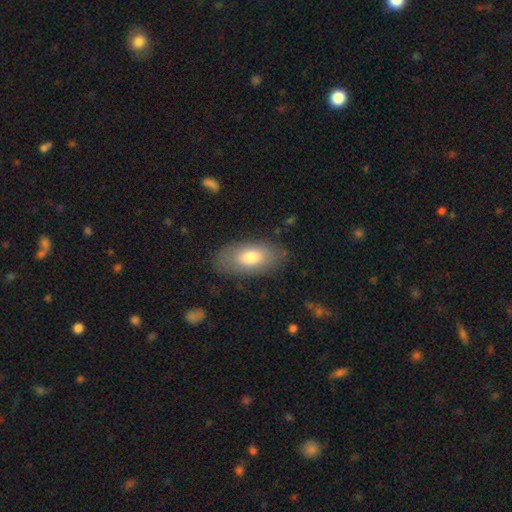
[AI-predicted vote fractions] Q: Smooth or featured?
A: smooth (72%); runner-up: featured or disk (21%)
Q: How rounded?
A: in between (92%); runner-up: cigar-shaped (4%)
Q: Merging?
A: none (82%); runner-up: minor disturbance (13%)